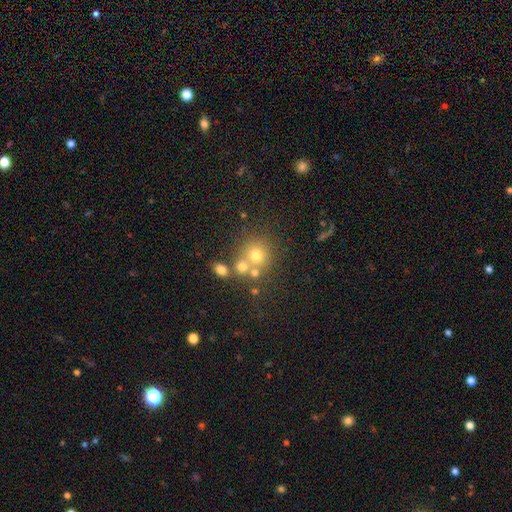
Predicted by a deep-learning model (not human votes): Smooth or featured: smooth — 67% (star or artifact — 18%)
How rounded: round — 86% (in between — 13%)
Merging: none — 54% (merger — 32%)